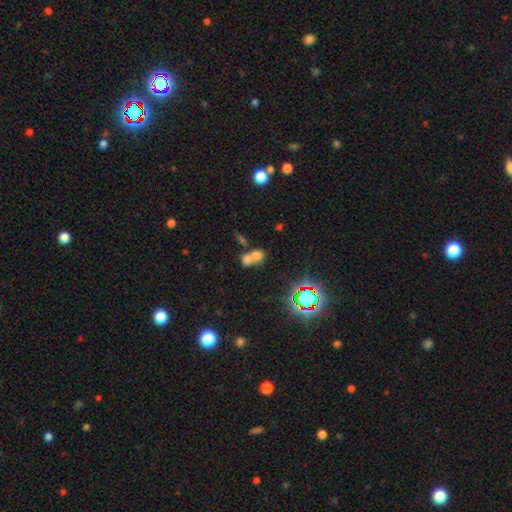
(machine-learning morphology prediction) smooth-or-featured: smooth: 65% | star or artifact: 19% | featured or disk: 15%
  how-rounded: round: 53% | in between: 44% | cigar-shaped: 2%
  merging: merger: 66% | none: 25% | minor disturbance: 5% | major disturbance: 3%